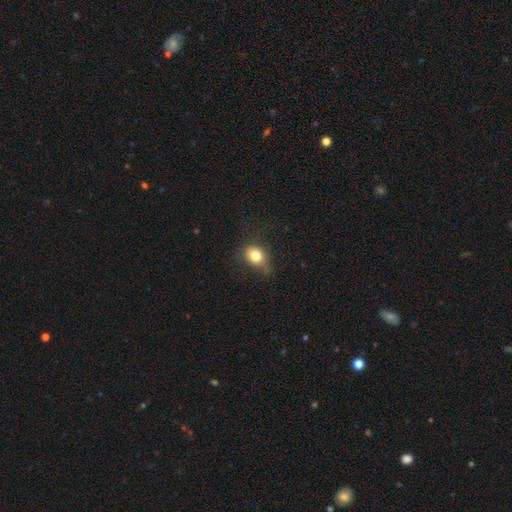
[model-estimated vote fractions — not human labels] This appears to be a smooth galaxy with no disk features (78%) that is in between round and cigar-shaped (53%). Merging: none (57%).